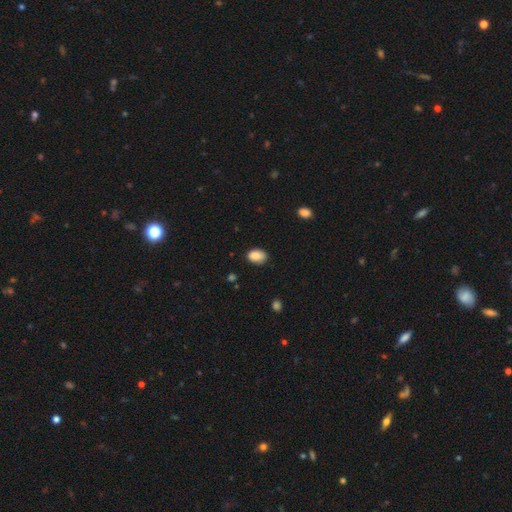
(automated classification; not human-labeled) Smooth or featured: smooth — 87% (star or artifact — 8%)
How rounded: in between — 83% (round — 15%)
Merging: none — 77% (minor disturbance — 18%)